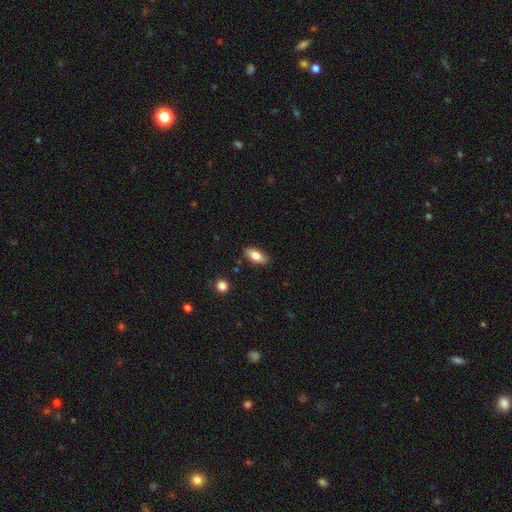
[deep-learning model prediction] This is likely a smooth galaxy (76%). How rounded: clearly in between (81%). Merging: clearly none (86%).